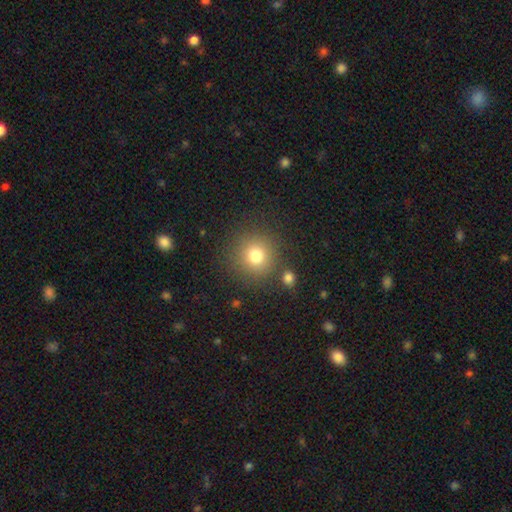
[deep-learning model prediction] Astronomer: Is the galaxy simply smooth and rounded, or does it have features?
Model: smooth — 78%.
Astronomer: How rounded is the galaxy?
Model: round — 92%.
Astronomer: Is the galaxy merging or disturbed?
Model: none — 83%.